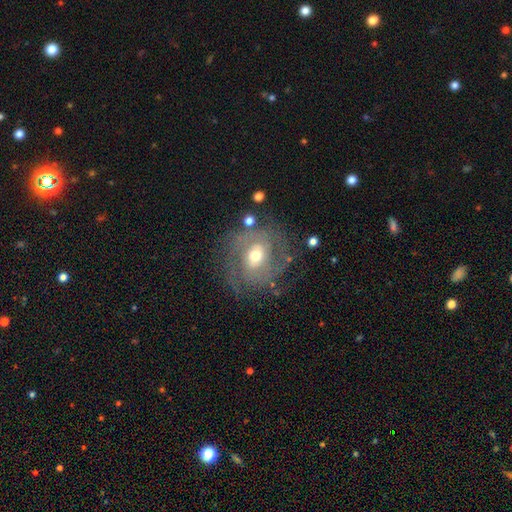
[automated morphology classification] The model was most divided on "spiral arms": yes: 67%, no: 33%. More confident: edge-on disk — no (96%); merging — none (69%); smooth or featured — featured or disk (67%); bulge size — moderate (67%); bar — no (64%).